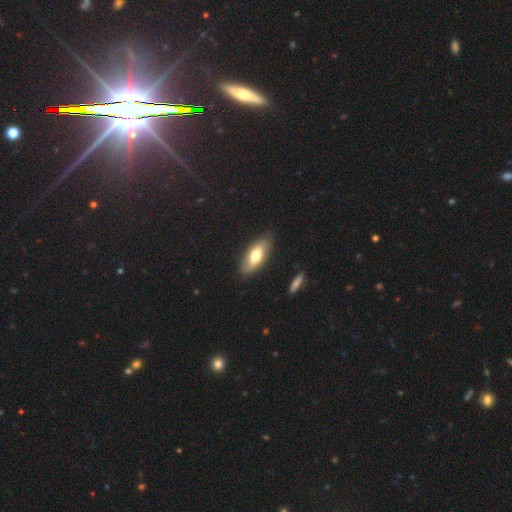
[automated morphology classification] This appears to be a smooth galaxy with no disk features (69%) that is in between round and cigar-shaped (80%). Merging: none (83%).